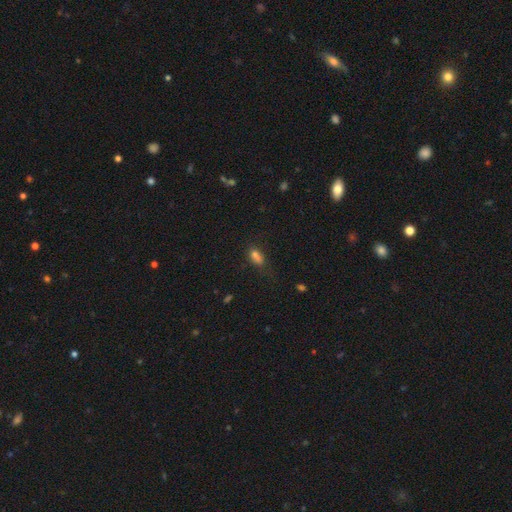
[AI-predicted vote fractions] Overall: smooth (72%). How rounded: in between (75%). Merging: none (42%; minor disturbance 23%).